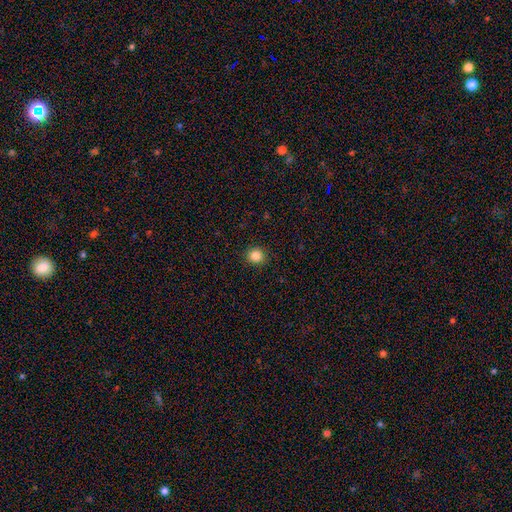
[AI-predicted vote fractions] smooth_or_featured: smooth (p=0.85) [alt: star or artifact p=0.11]
how_rounded: round (p=0.92) [alt: in between p=0.07]
merging: none (p=0.91) [alt: minor disturbance p=0.06]